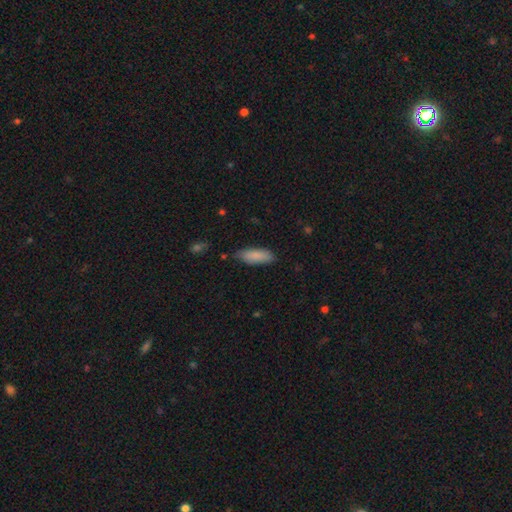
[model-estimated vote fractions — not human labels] smooth 87%, featured or disk 7%, star or artifact 6%. Down the decision tree: how rounded — in between (66%); merging — none (79%).